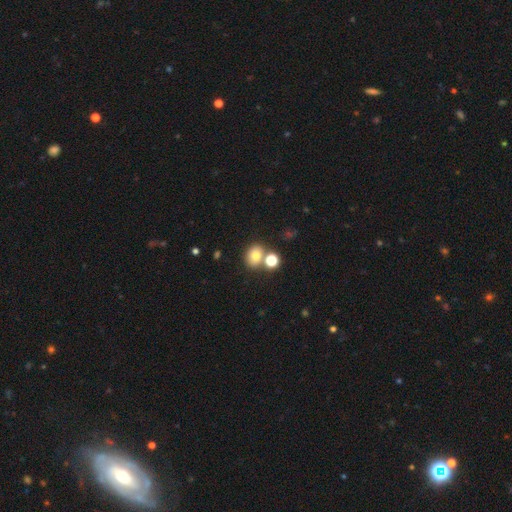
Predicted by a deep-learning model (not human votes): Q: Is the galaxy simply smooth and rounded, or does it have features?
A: smooth — 75%.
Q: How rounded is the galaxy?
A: round — 56%.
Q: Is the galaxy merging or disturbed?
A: none — 63%.